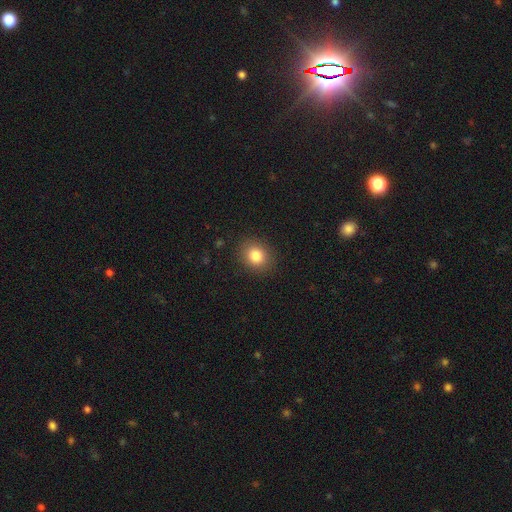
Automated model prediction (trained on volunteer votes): This appears to be a smooth galaxy with no disk features (82%) that is round (66%). Merging: none (89%).